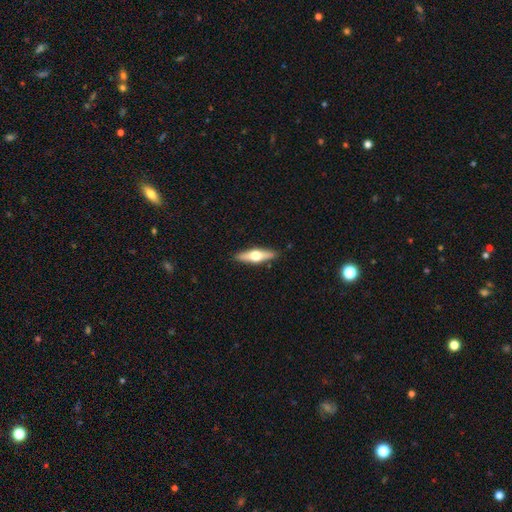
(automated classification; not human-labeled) The model was most divided on "smooth or featured": featured or disk: 56%, smooth: 38%, star or artifact: 5%. More confident: edge-on bulge — rounded (95%); edge-on disk — yes (94%); merging — none (89%).